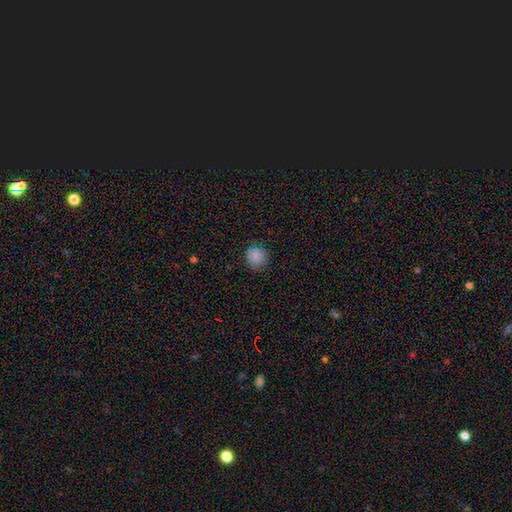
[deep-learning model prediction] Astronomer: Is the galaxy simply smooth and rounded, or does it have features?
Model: smooth — 85%.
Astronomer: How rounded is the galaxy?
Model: round — 89%.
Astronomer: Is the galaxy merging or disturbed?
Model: none — 87%.